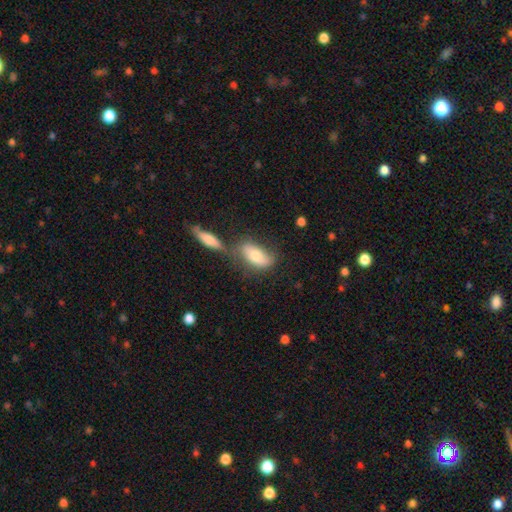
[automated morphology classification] smooth-or-featured: smooth: 71% | featured or disk: 22% | star or artifact: 7%
  how-rounded: in between: 86% | cigar-shaped: 11% | round: 3%
  merging: none: 39% | merger: 36% | minor disturbance: 17% | major disturbance: 8%